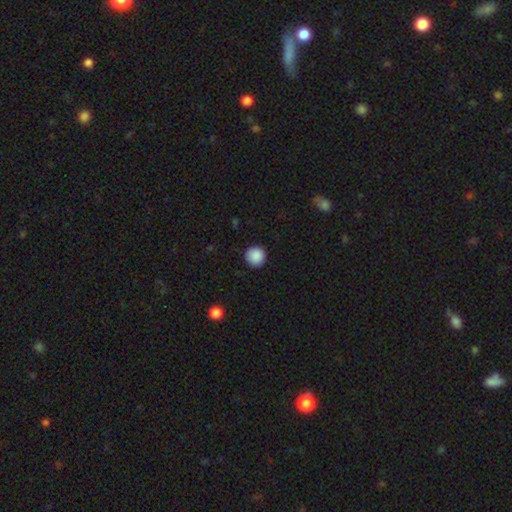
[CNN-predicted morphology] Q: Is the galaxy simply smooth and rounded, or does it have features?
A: smooth — 89%.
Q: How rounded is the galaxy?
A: round — 96%.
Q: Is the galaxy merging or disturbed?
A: none — 91%.